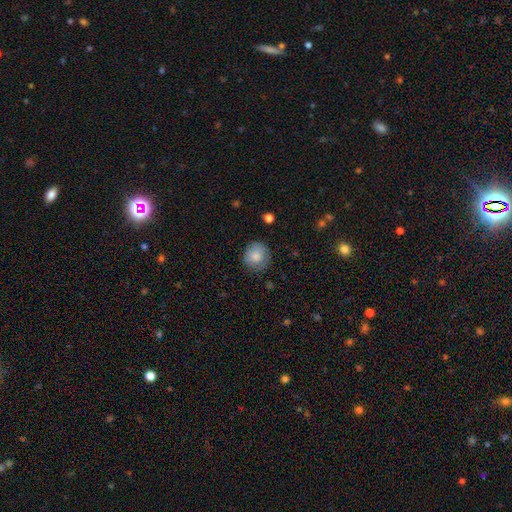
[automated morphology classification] Smooth or featured? Predicted: smooth (p=0.81). How rounded? Predicted: round (p=0.89). Merging? Predicted: none (p=0.78).